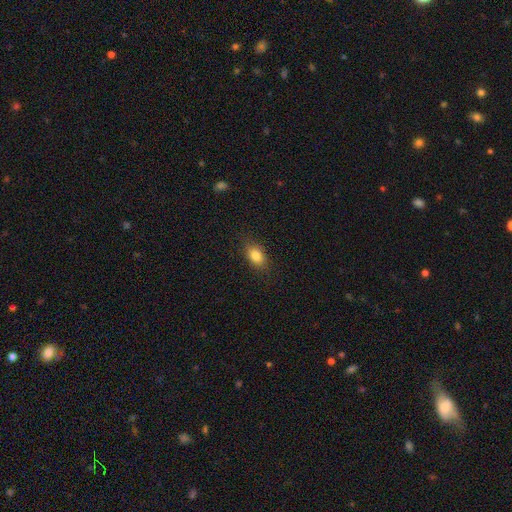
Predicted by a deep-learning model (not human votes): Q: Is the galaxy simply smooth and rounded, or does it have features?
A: smooth — 83%.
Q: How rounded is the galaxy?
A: in between — 83%.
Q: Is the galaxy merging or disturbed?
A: none — 86%.